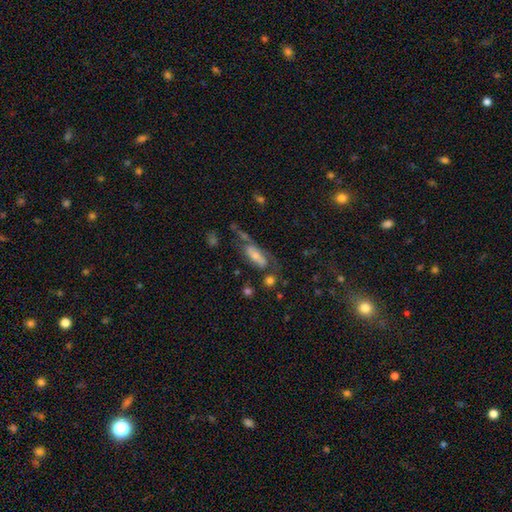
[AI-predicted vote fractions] Smooth or featured: smooth — 50% (featured or disk — 41%)
Merging: none — 34% (major disturbance — 30%)